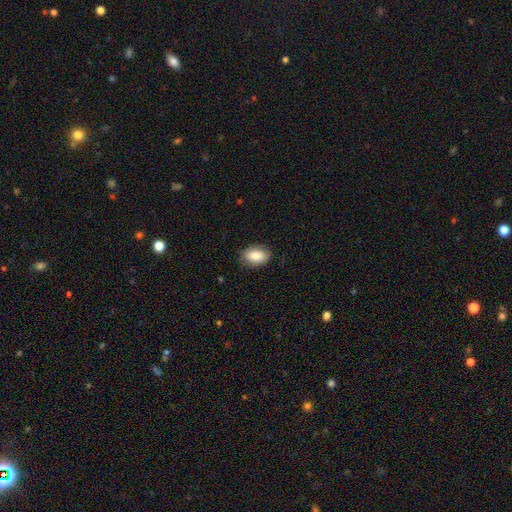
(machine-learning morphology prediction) This is clearly a smooth galaxy (84%). How rounded: clearly in between (88%). Merging: clearly none (84%).